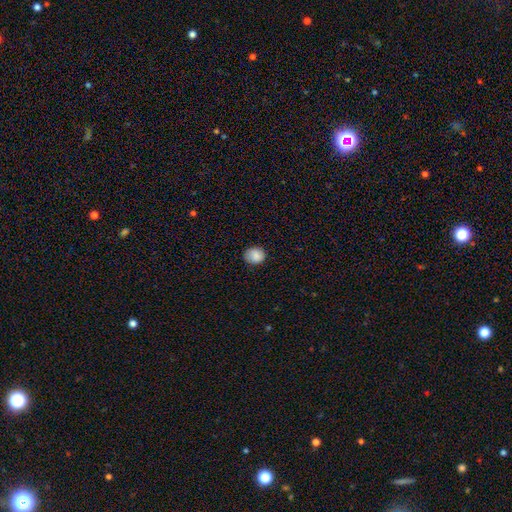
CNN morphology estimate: Smooth or featured? Predicted: smooth (p=0.86). How rounded? Predicted: round (p=0.71). Merging? Predicted: none (p=0.80).